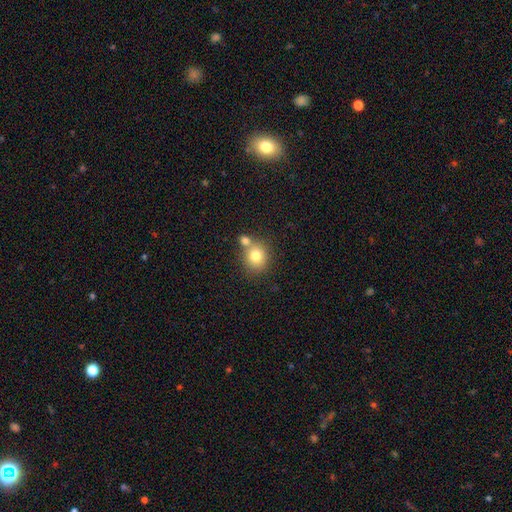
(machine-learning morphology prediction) Smooth or featured? Predicted: smooth (p=0.78). How rounded? Predicted: round (p=0.82). Merging? Predicted: none (p=0.56).